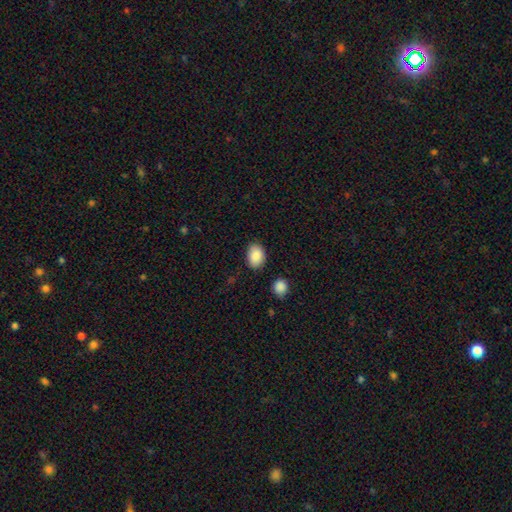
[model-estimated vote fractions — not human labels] This appears to be a smooth galaxy with no disk features (89%) that is in between round and cigar-shaped (79%). Merging: none (85%).